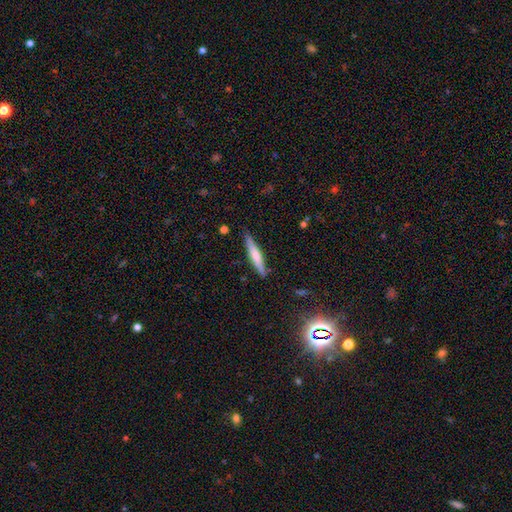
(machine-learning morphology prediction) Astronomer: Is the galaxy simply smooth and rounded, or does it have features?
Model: smooth — 57% (runner-up: featured or disk, 37%).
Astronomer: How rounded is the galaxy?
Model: cigar-shaped — 92%.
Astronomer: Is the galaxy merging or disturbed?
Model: none — 86%.